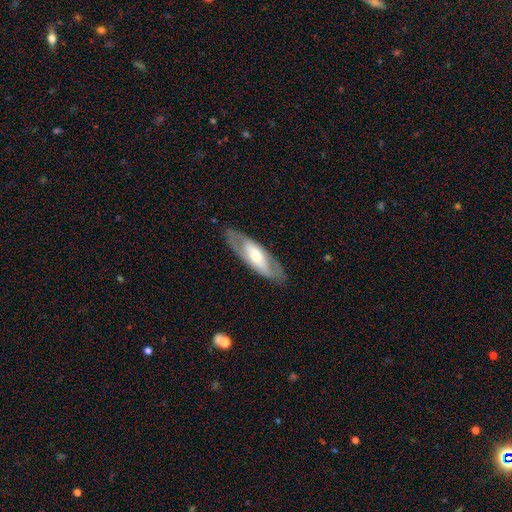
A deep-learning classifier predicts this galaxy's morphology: type=featured or disk (60%); edge-on=no (74%); merging=none (80%).